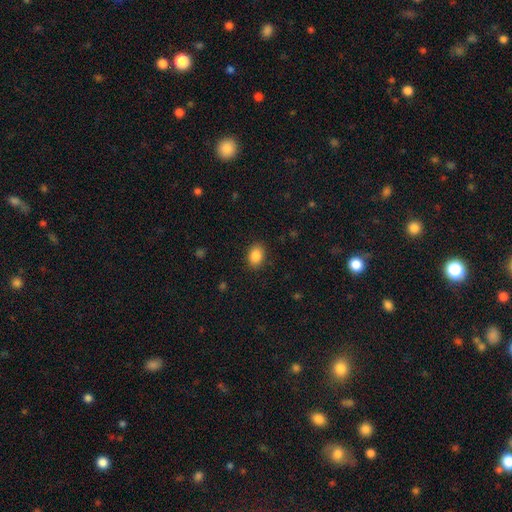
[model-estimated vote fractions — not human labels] smooth_or_featured: smooth (p=0.88) [alt: star or artifact p=0.08]
how_rounded: in between (p=0.79) [alt: round p=0.20]
merging: none (p=0.88) [alt: minor disturbance p=0.09]